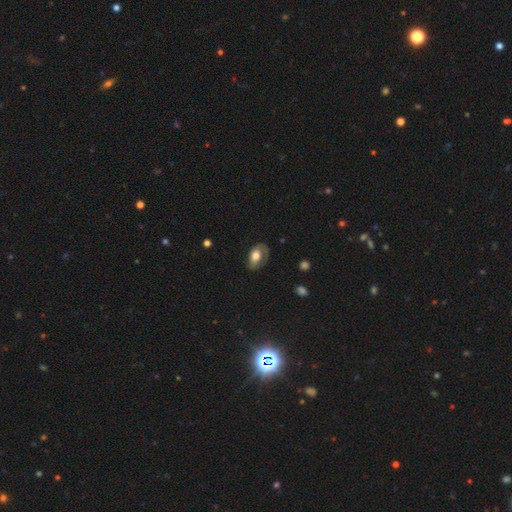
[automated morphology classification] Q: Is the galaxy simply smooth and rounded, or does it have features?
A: smooth — 58%.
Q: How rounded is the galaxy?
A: in between — 85%.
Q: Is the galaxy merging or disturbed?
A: none — 57%.